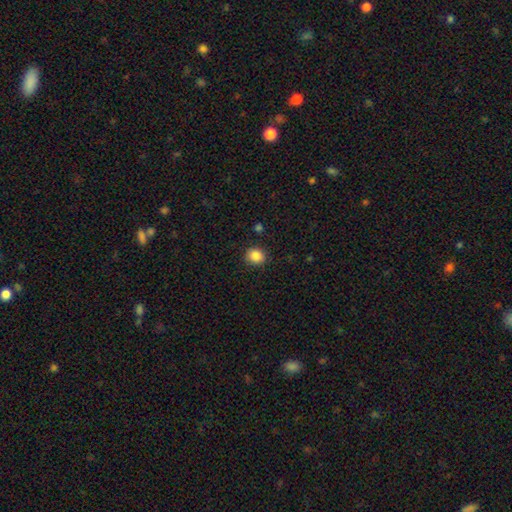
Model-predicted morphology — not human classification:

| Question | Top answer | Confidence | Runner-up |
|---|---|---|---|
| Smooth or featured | smooth | 86% | star or artifact (10%) |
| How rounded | round | 76% | in between (24%) |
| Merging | none | 88% | minor disturbance (8%) |